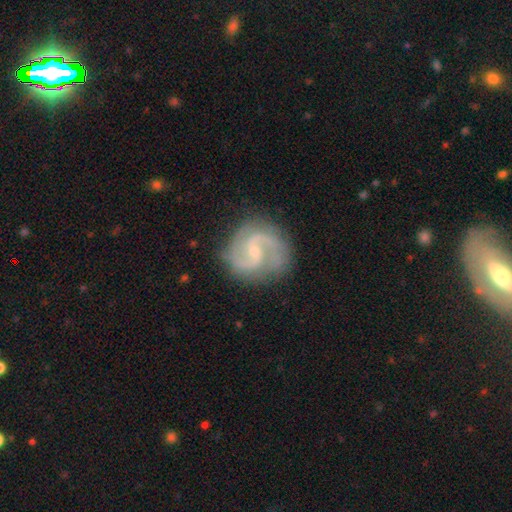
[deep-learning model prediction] Smooth or featured? featured or disk (89%)
Edge-on disk? no (98%)
Bar? weak (54%)
Spiral arms? yes (98%)
Spiral winding? medium (57%)
Spiral arm count? 2 (90%)
Bulge size? small (68%)
Merging? none (83%)